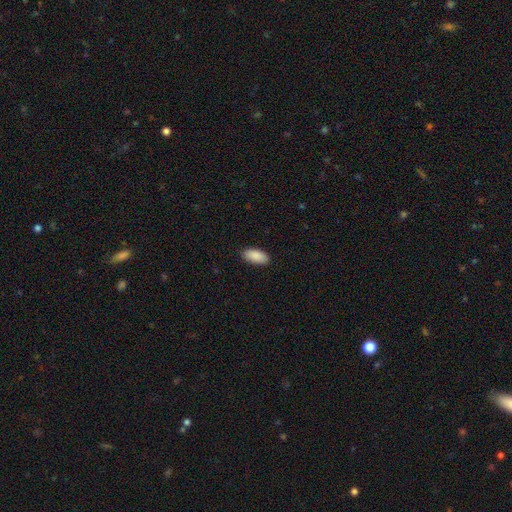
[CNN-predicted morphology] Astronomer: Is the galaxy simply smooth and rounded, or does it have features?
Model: smooth — 90%.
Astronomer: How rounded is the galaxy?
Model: in between — 91%.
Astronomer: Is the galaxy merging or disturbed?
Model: none — 89%.